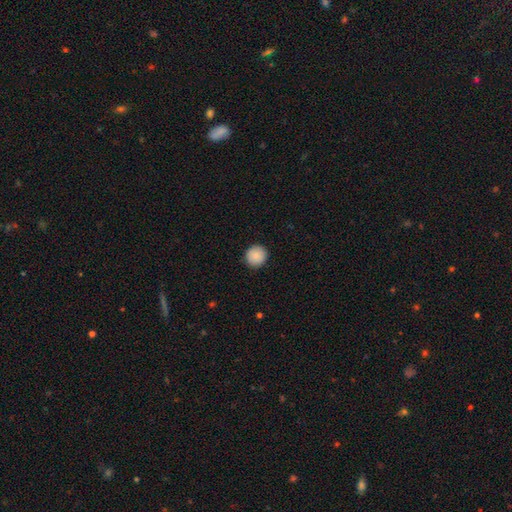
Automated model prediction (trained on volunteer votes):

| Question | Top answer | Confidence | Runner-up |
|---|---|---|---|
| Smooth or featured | smooth | 89% | star or artifact (8%) |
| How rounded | round | 93% | in between (6%) |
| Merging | none | 92% | minor disturbance (6%) |